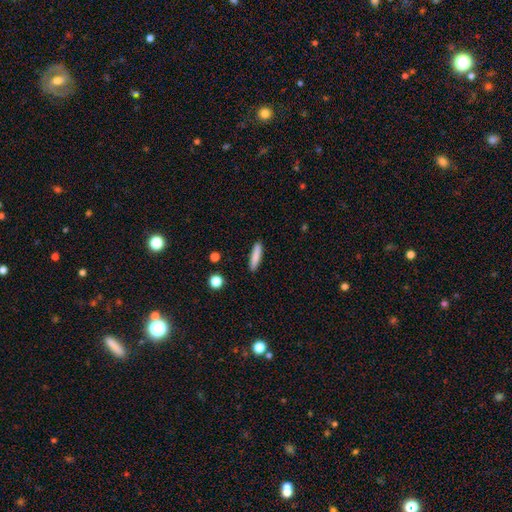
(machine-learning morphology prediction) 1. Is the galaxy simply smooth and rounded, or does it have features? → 84% smooth, 9% featured or disk, 7% star or artifact.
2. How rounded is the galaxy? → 83% cigar-shaped, 15% in between, 2% round.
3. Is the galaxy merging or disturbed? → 90% none, 7% minor disturbance, 2% major disturbance, 1% merger.